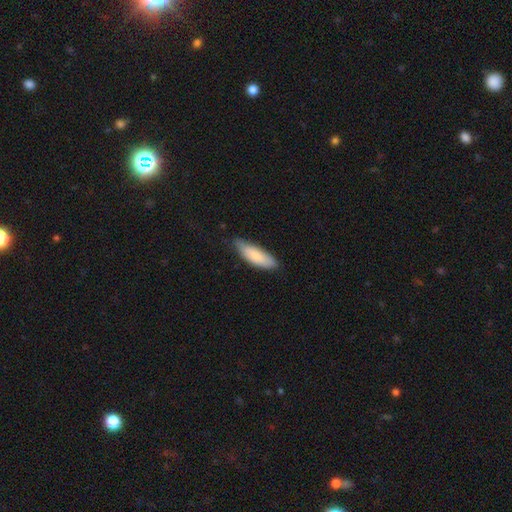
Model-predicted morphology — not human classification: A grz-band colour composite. It shows a smooth galaxy with no disk features (81%) that is in between round and cigar-shaped (59%). Merging: none (72%).